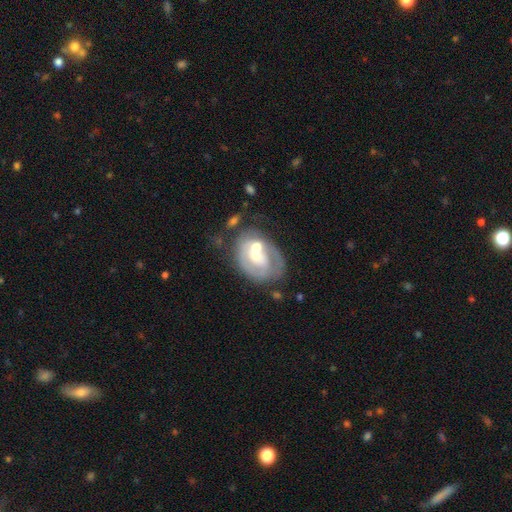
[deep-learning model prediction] Q: Smooth or featured?
A: featured or disk (65%); runner-up: smooth (28%)
Q: Edge-on disk?
A: no (97%); runner-up: yes (3%)
Q: Bar?
A: no (70%); runner-up: weak (23%)
Q: Spiral arms?
A: no (52%); runner-up: yes (48%)
Q: Bulge size?
A: moderate (53%); runner-up: small (35%)
Q: Merging?
A: none (32%); runner-up: merger (30%)